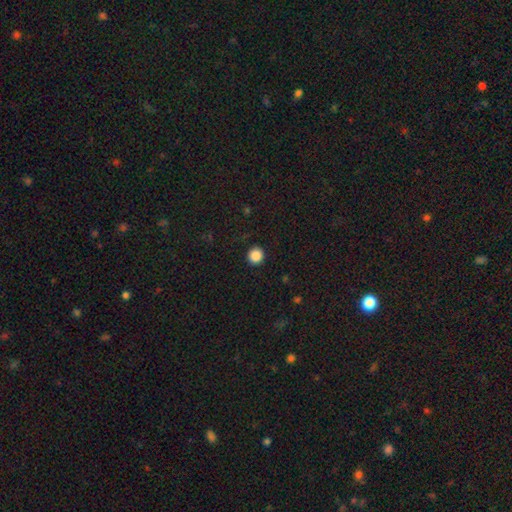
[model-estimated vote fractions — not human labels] Overall: smooth (88%). How rounded: round (93%). Merging: none (92%).